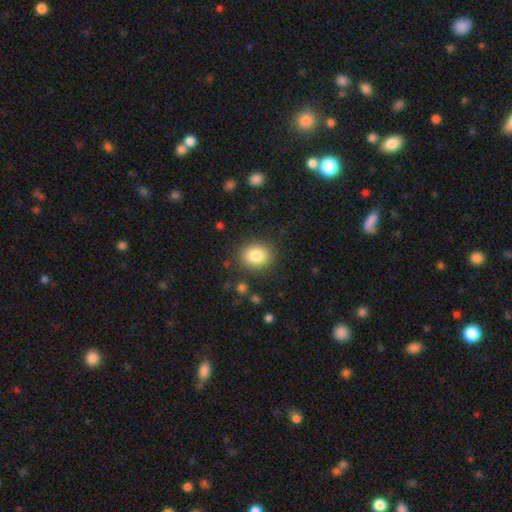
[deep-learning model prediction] Smooth or featured?
  - smooth: 84% *
  - star or artifact: 9%
  - featured or disk: 7%
How rounded?
  - round: 67% *
  - in between: 33%
  - cigar-shaped: 1%
Merging?
  - none: 86% *
  - minor disturbance: 9%
  - major disturbance: 3%
  - merger: 2%